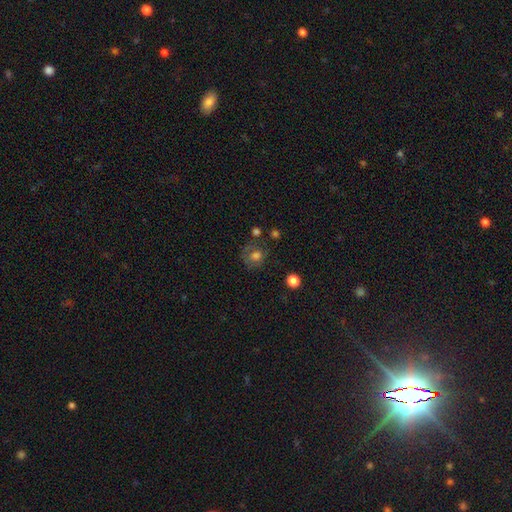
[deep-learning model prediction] This appears to be a smooth galaxy with no disk features (65%) that is round (76%). Merging: none (60%).